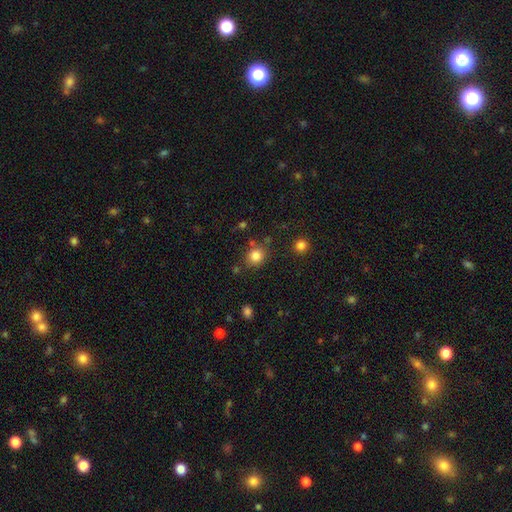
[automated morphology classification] This is clearly a smooth galaxy (83%). How rounded: clearly round (80%). Merging: likely none (78%).